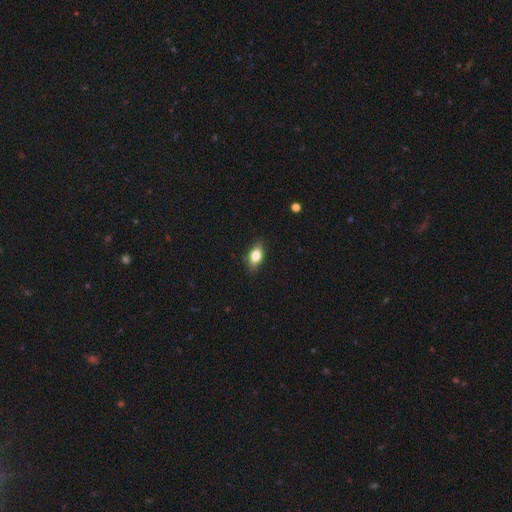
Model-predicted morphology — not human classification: This is likely a smooth galaxy (77%). How rounded: clearly in between (83%). Merging: clearly none (84%).